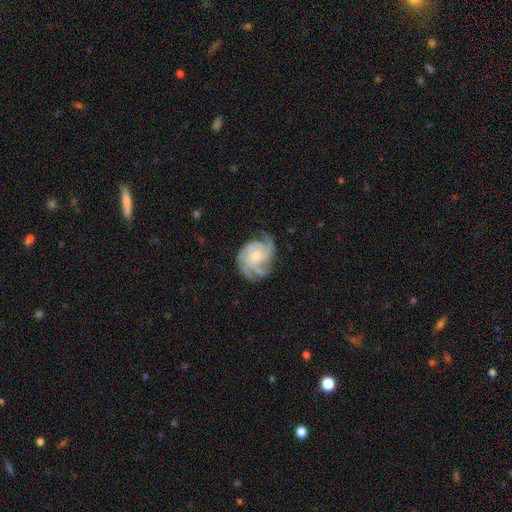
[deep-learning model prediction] Smooth or featured: featured or disk — 85% (smooth — 9%)
Edge-on disk: no — 98% (yes — 2%)
Bar: no — 71% (weak — 24%)
Spiral arms: yes — 97% (no — 3%)
Spiral winding: tight — 46% (medium — 41%)
Spiral arm count: 3 — 35% (4 — 22%)
Bulge size: small — 54% (moderate — 40%)
Merging: none — 67% (minor disturbance — 21%)